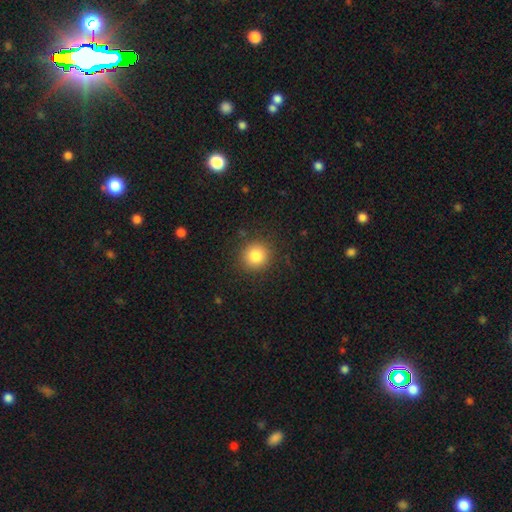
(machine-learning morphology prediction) smooth 84%, star or artifact 11%, featured or disk 6%. Down the decision tree: how rounded — round (92%); merging — none (89%).